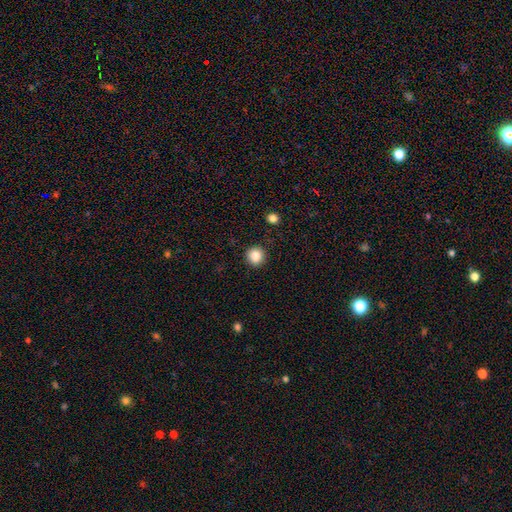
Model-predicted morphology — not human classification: The model was most divided on "smooth or featured": smooth: 85%, star or artifact: 10%, featured or disk: 4%. More confident: how rounded — round (92%); merging — none (91%).